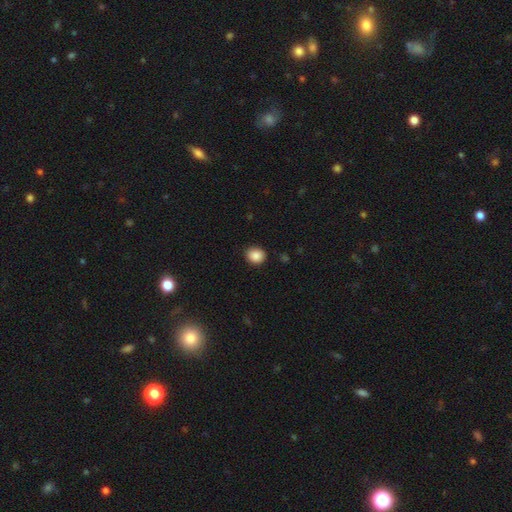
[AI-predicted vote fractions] A smooth galaxy with no disk features (88%) that is round (70%). Merging: none (89%).